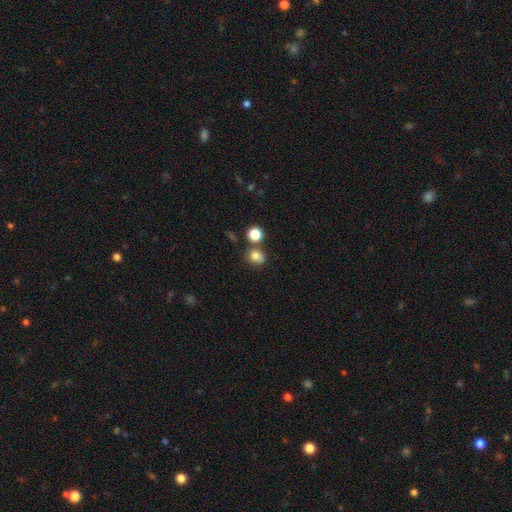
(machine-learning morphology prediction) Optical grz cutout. It shows a smooth galaxy with no disk features (80%) that is round (67%). Merging: none (63%).